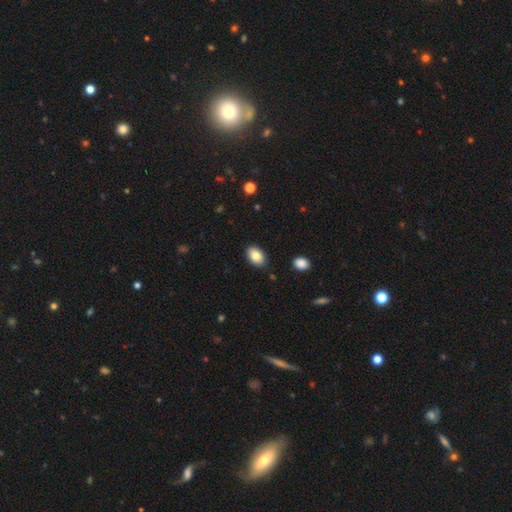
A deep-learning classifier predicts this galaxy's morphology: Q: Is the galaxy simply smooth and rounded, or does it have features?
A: smooth — 84%.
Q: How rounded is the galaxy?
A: in between — 89%.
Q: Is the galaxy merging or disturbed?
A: none — 87%.